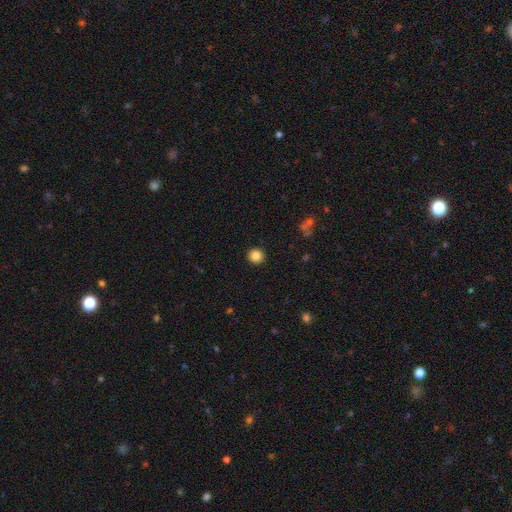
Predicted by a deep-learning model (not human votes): A smooth galaxy with no disk features (84%) that is round (94%). Merging: none (93%).